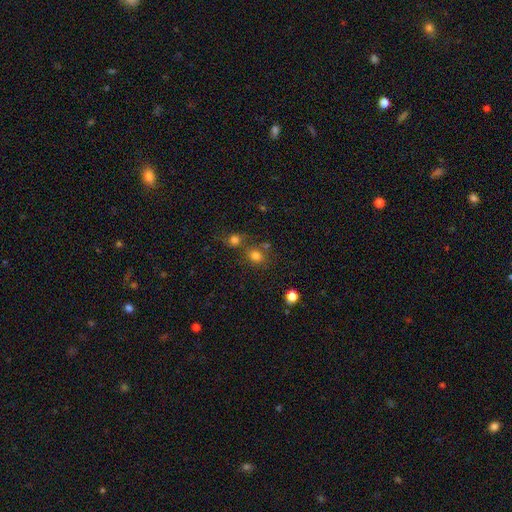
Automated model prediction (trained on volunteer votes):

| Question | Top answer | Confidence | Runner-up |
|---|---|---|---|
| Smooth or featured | smooth | 76% | star or artifact (16%) |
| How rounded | round | 73% | in between (26%) |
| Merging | none | 59% | merger (25%) |